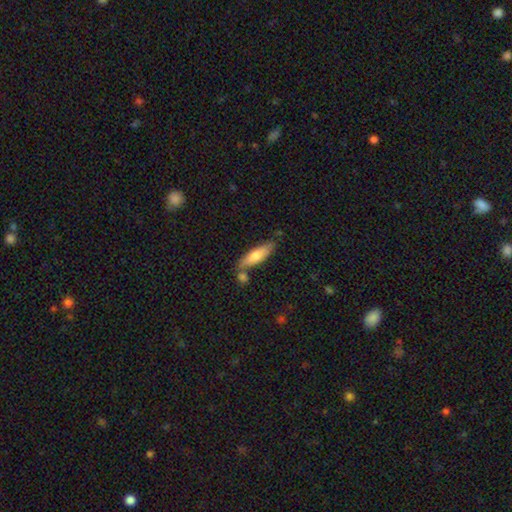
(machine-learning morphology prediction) Q: Smooth or featured?
A: smooth (69%); runner-up: featured or disk (25%)
Q: How rounded?
A: cigar-shaped (57%); runner-up: in between (41%)
Q: Merging?
A: none (66%); runner-up: minor disturbance (15%)